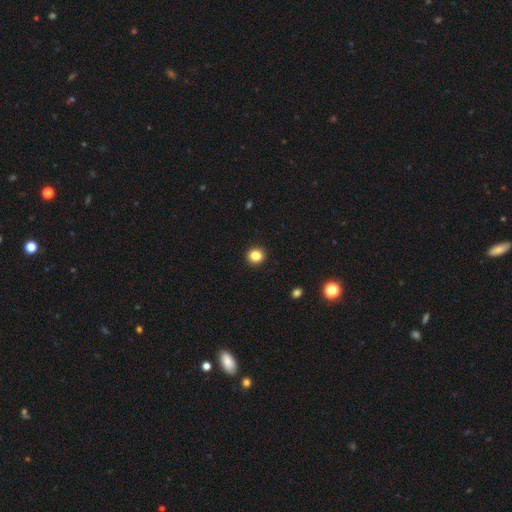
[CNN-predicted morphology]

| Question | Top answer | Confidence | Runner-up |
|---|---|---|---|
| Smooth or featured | smooth | 84% | star or artifact (11%) |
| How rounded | round | 89% | in between (10%) |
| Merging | none | 93% | minor disturbance (4%) |